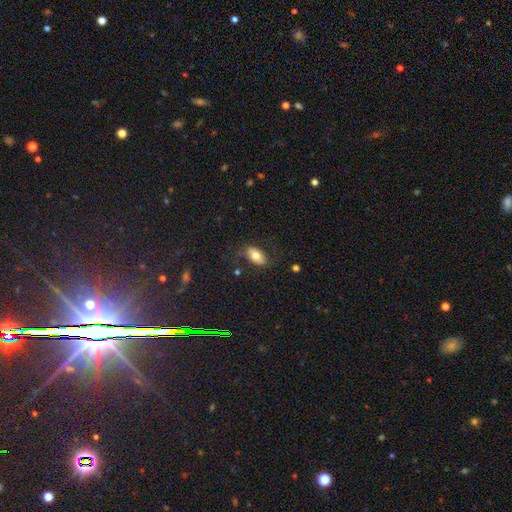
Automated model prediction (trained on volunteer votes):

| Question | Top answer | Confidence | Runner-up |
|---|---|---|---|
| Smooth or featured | smooth | 71% | featured or disk (21%) |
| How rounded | in between | 90% | round (7%) |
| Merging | none | 74% | minor disturbance (17%) |